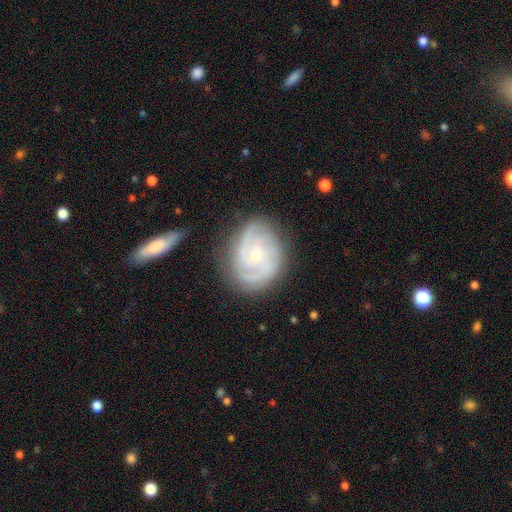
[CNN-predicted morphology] Smooth or featured?
  - featured or disk: 86% *
  - smooth: 9%
  - star or artifact: 5%
Edge-on disk?
  - no: 98% *
  - yes: 2%
Bar?
  - no: 68% *
  - weak: 27%
  - strong: 5%
Spiral arms?
  - yes: 97% *
  - no: 3%
Spiral winding?
  - tight: 61% *
  - medium: 33%
  - loose: 6%
Spiral arm count?
  - 3: 34% *
  - 2: 33%
  - can't tell: 17%
  - 4: 8%
  - 1: 5%
  - more than 4: 4%
Bulge size?
  - small: 77% *
  - moderate: 19%
  - none: 2%
  - large: 1%
  - dominant: 1%
Merging?
  - none: 74% *
  - minor disturbance: 17%
  - major disturbance: 6%
  - merger: 3%